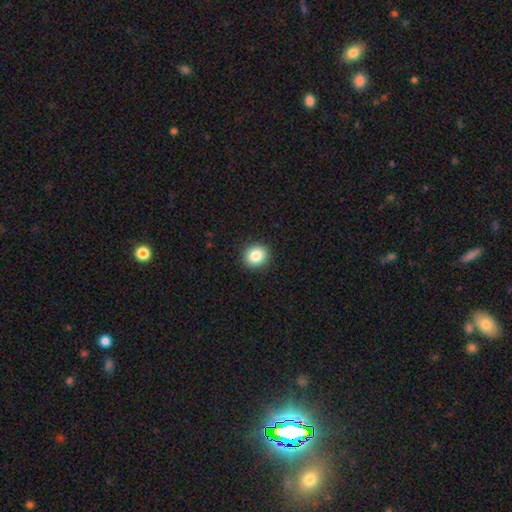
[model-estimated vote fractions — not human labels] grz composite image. It shows a smooth galaxy with no disk features (85%) that is round (81%). Merging: none (92%).